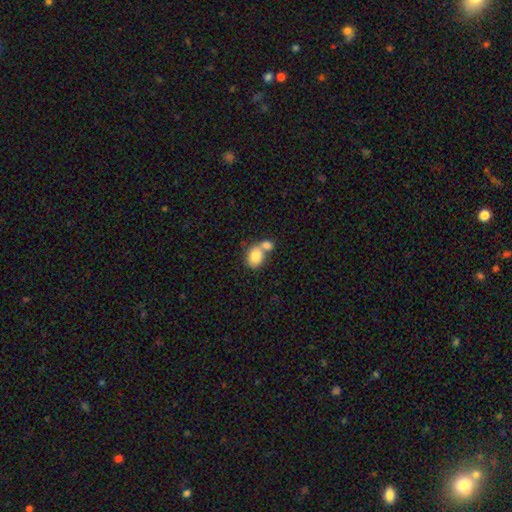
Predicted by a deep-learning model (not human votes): Q: Smooth or featured?
A: smooth (81%); runner-up: featured or disk (11%)
Q: How rounded?
A: in between (57%); runner-up: round (42%)
Q: Merging?
A: merger (62%); runner-up: none (26%)